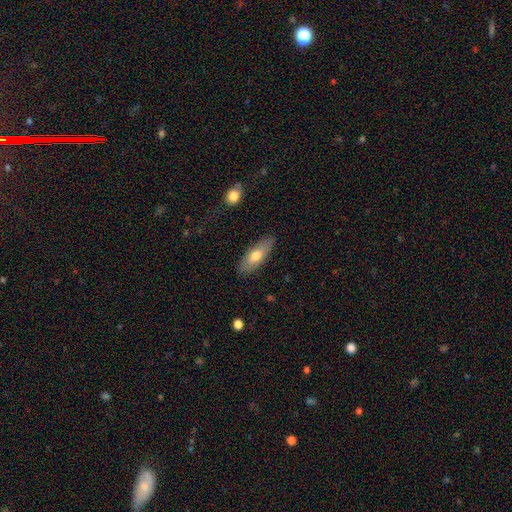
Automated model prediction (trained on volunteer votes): Smooth or featured?
  - smooth: 68% *
  - featured or disk: 26%
  - star or artifact: 6%
How rounded?
  - in between: 71% *
  - cigar-shaped: 27%
  - round: 2%
Merging?
  - none: 84% *
  - minor disturbance: 12%
  - major disturbance: 3%
  - merger: 1%